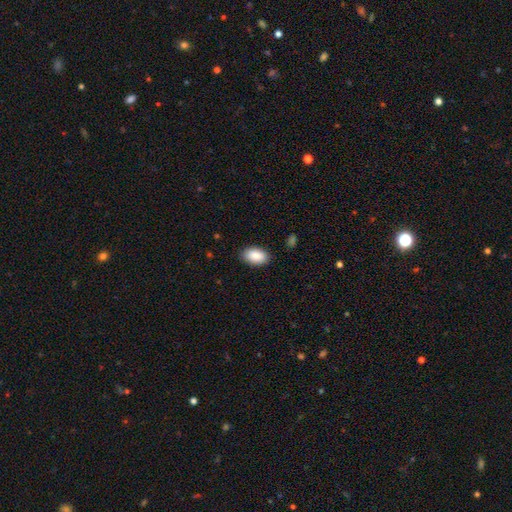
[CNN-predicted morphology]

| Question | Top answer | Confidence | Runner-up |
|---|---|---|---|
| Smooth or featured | smooth | 89% | star or artifact (6%) |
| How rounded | in between | 94% | round (5%) |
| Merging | none | 87% | minor disturbance (9%) |